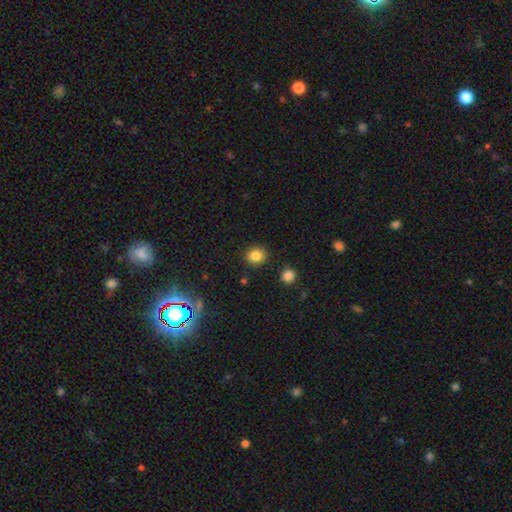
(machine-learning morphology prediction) This appears to be a smooth galaxy with no disk features (84%) that is round (78%). Merging: none (88%).